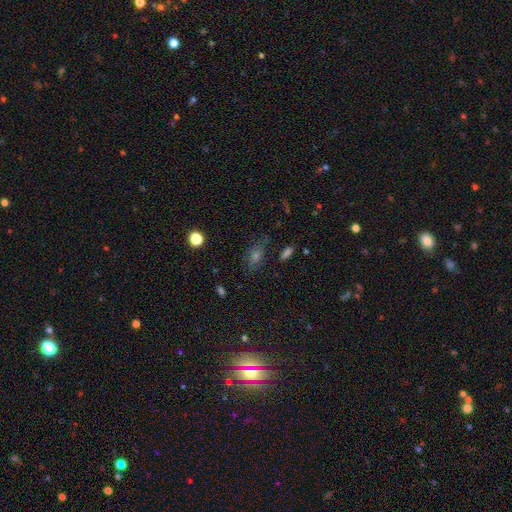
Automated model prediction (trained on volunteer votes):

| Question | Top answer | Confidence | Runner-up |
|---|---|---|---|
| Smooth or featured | smooth | 44% | star or artifact (37%) |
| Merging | none | 72% | minor disturbance (17%) |